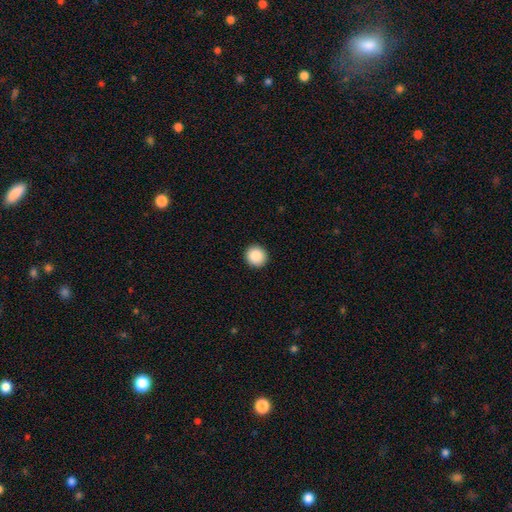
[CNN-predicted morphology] Smooth or featured: smooth — 88% (star or artifact — 8%)
How rounded: round — 92% (in between — 8%)
Merging: none — 93% (minor disturbance — 5%)